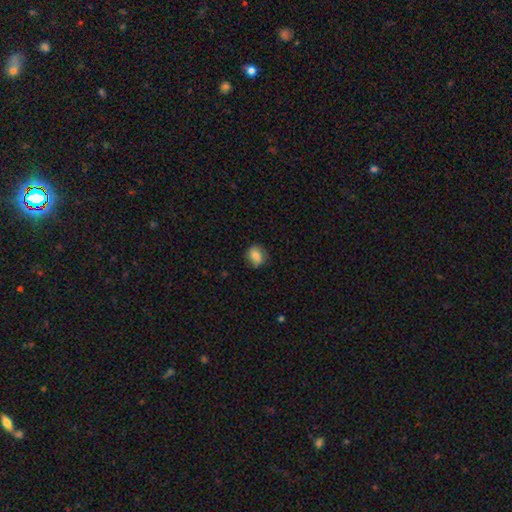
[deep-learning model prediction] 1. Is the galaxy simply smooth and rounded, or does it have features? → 76% smooth, 15% featured or disk, 9% star or artifact.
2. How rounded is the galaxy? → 57% round, 42% in between, 2% cigar-shaped.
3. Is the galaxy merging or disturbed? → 78% none, 17% minor disturbance, 4% major disturbance, 1% merger.